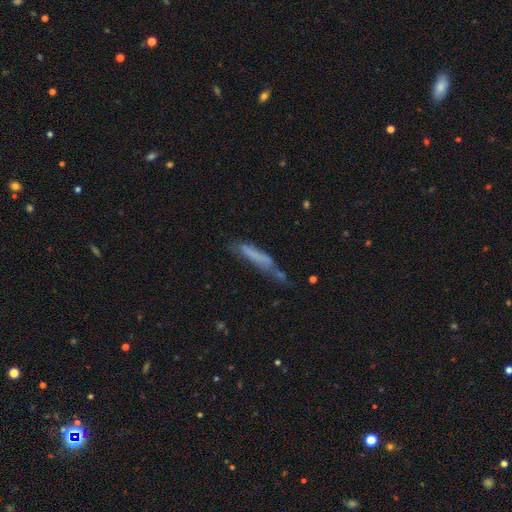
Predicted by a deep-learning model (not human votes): Smooth or featured? smooth (60%)
How rounded? cigar-shaped (88%)
Merging? none (43%)